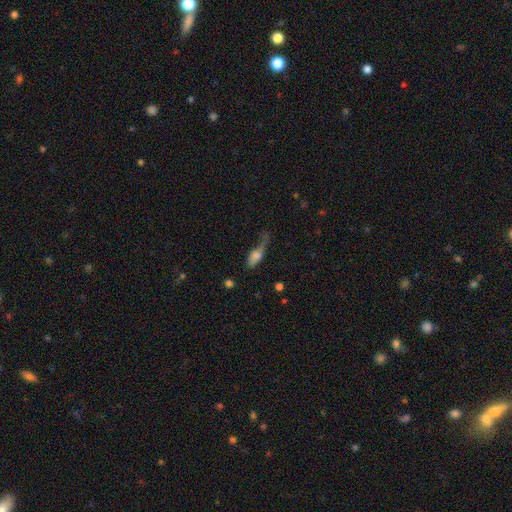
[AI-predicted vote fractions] This appears to be a smooth galaxy with no disk features (66%) that is in between round and cigar-shaped (65%). Merging: major disturbance (41%).